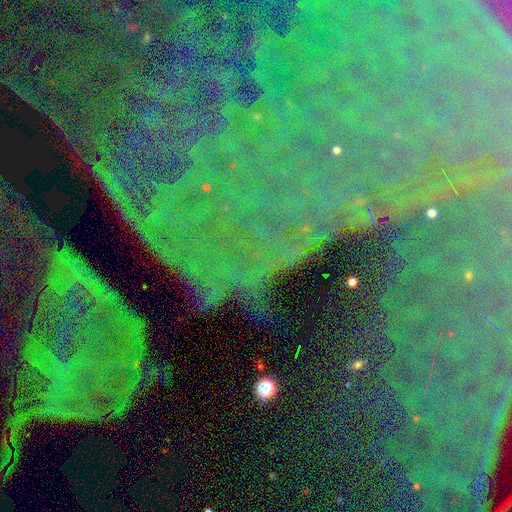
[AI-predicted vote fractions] Morphology: type=star or artifact (83%).